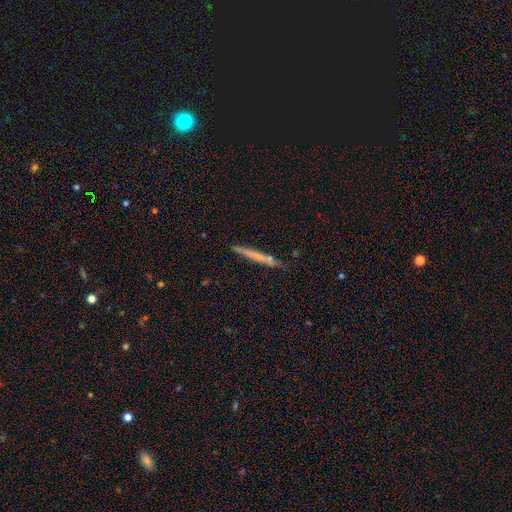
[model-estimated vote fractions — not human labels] smooth-or-featured: smooth: 57% | featured or disk: 37% | star or artifact: 6%
  how-rounded: cigar-shaped: 97% | in between: 2% | round: 1%
  merging: none: 83% | minor disturbance: 12% | merger: 3% | major disturbance: 2%